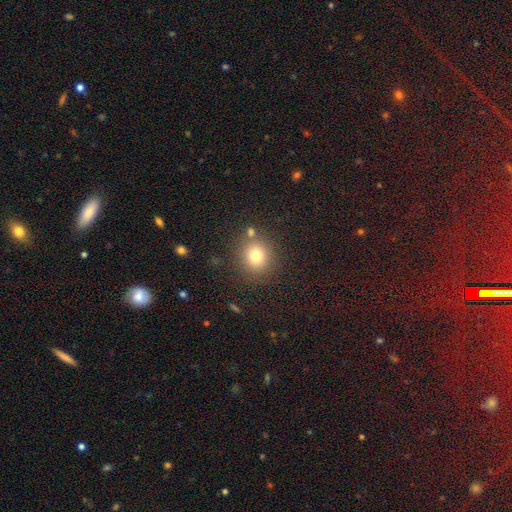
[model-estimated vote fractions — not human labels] Q: Smooth or featured?
A: smooth (77%); runner-up: star or artifact (14%)
Q: How rounded?
A: round (85%); runner-up: in between (14%)
Q: Merging?
A: none (79%); runner-up: minor disturbance (10%)